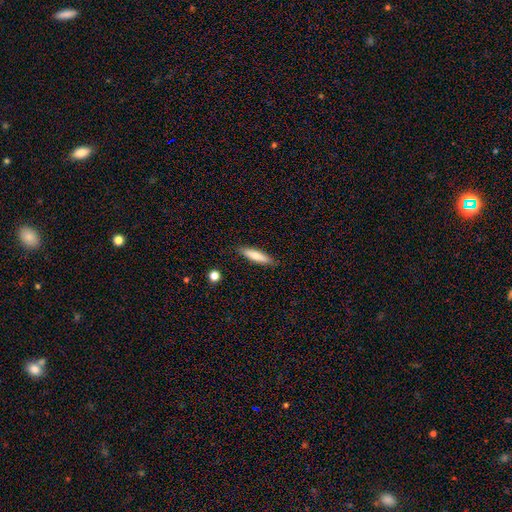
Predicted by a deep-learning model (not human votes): smooth 77%, featured or disk 17%, star or artifact 6%. Down the decision tree: how rounded — cigar-shaped (82%); merging — none (88%).